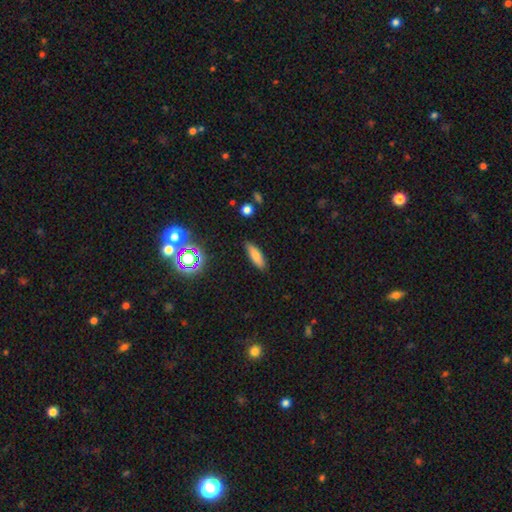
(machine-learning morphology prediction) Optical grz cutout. It shows a smooth galaxy with no disk features (77%) that is in between round and cigar-shaped (52%). Merging: none (87%).